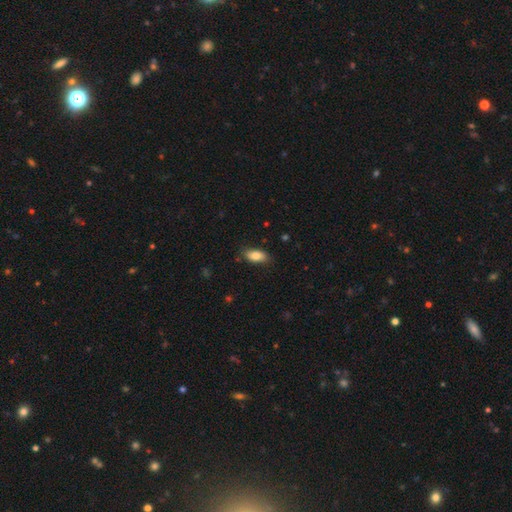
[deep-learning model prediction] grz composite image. It shows a smooth galaxy with no disk features (84%) that is in between round and cigar-shaped (89%). Merging: none (83%).